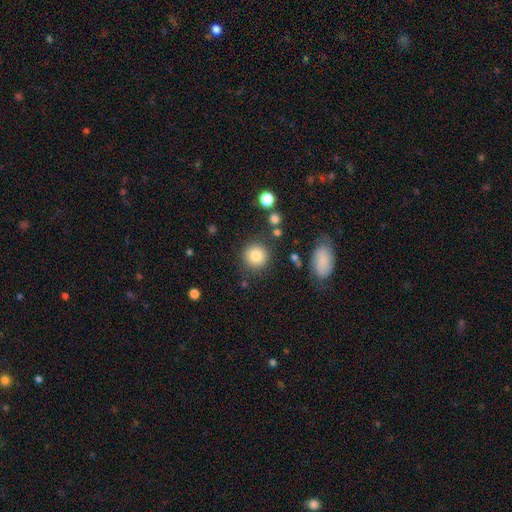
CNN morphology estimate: Smooth or featured: smooth — 83% (star or artifact — 10%)
How rounded: round — 92% (in between — 7%)
Merging: none — 85% (minor disturbance — 8%)